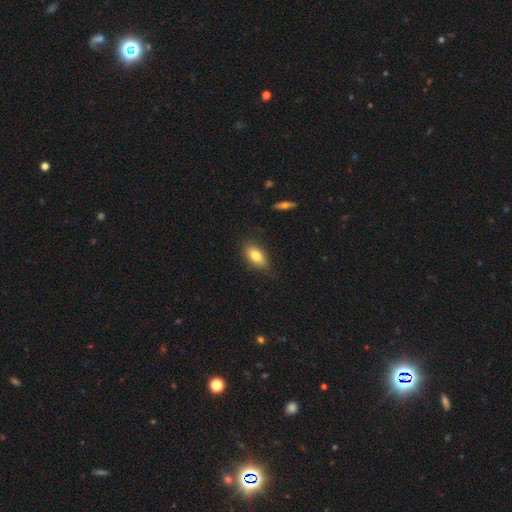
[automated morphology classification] Overall: smooth (80%). How rounded: in between (88%). Merging: none (77%).